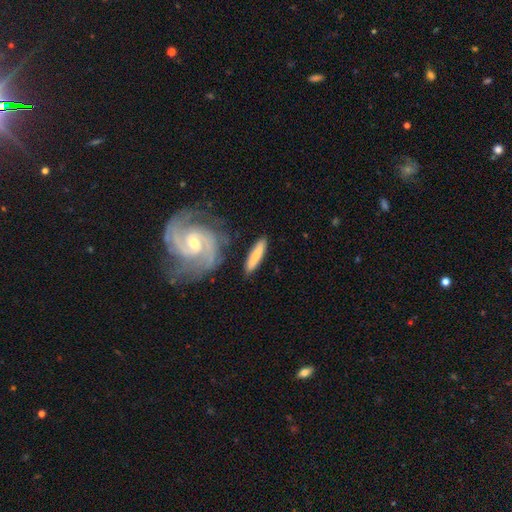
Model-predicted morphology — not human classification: Smooth or featured? Predicted: smooth (p=0.68). How rounded? Predicted: cigar-shaped (p=0.84). Merging? Predicted: none (p=0.79).